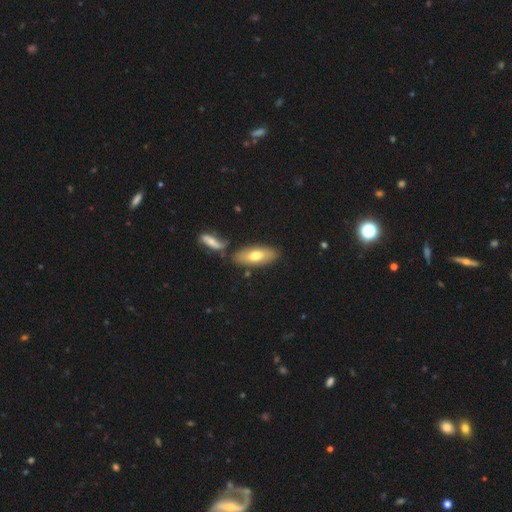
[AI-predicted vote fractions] smooth_or_featured: smooth (p=0.66) [alt: featured or disk p=0.28]
how_rounded: in between (p=0.73) [alt: cigar-shaped p=0.25]
merging: none (p=0.75) [alt: minor disturbance p=0.12]